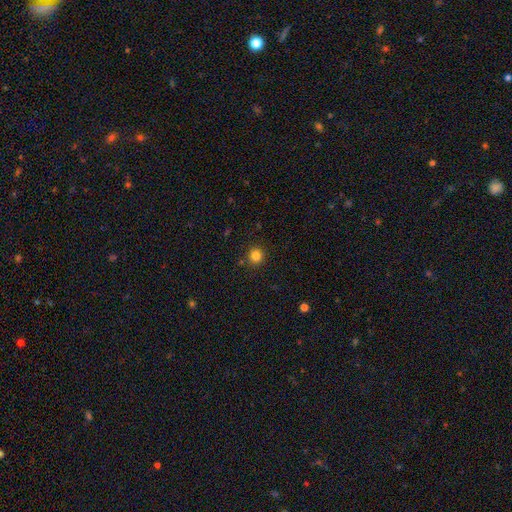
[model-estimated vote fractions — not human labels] Smooth or featured: smooth — 83% (star or artifact — 13%)
How rounded: round — 92% (in between — 7%)
Merging: none — 89% (minor disturbance — 6%)